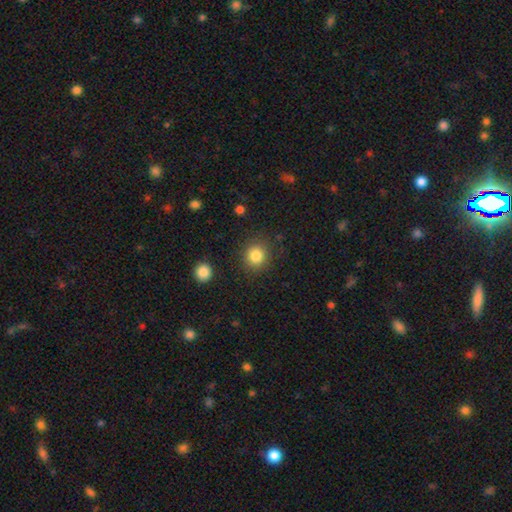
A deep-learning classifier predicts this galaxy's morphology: Smooth or featured? Predicted: smooth (p=0.84). How rounded? Predicted: round (p=0.85). Merging? Predicted: none (p=0.86).